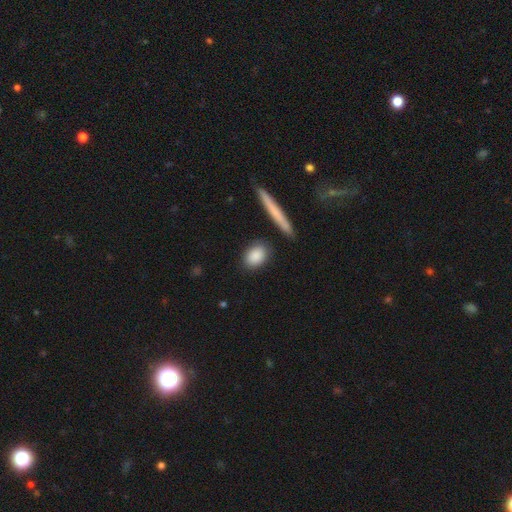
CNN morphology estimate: Q: Smooth or featured?
A: smooth (87%); runner-up: featured or disk (7%)
Q: How rounded?
A: in between (68%); runner-up: round (26%)
Q: Merging?
A: none (84%); runner-up: minor disturbance (9%)